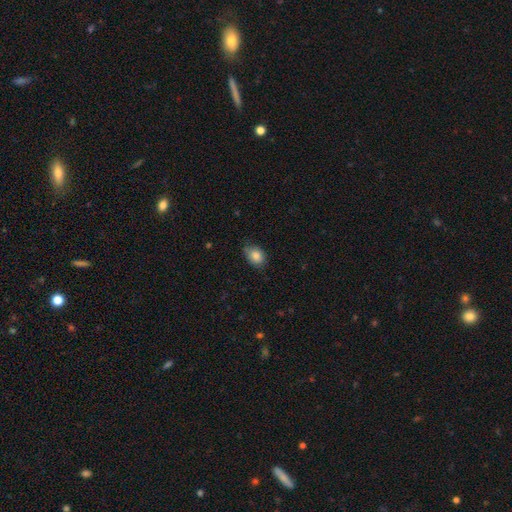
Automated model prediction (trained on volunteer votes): Q: Smooth or featured?
A: smooth (85%); runner-up: star or artifact (8%)
Q: How rounded?
A: in between (68%); runner-up: round (31%)
Q: Merging?
A: none (68%); runner-up: minor disturbance (26%)